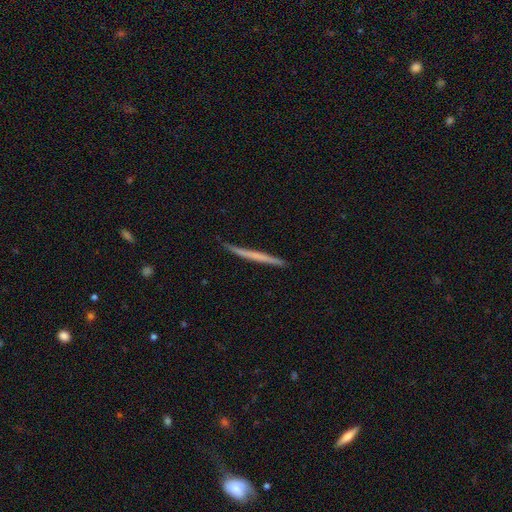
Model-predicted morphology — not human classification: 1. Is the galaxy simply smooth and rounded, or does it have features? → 49% smooth, 46% featured or disk, 5% star or artifact.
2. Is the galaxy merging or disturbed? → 88% none, 9% minor disturbance, 2% major disturbance, 1% merger.